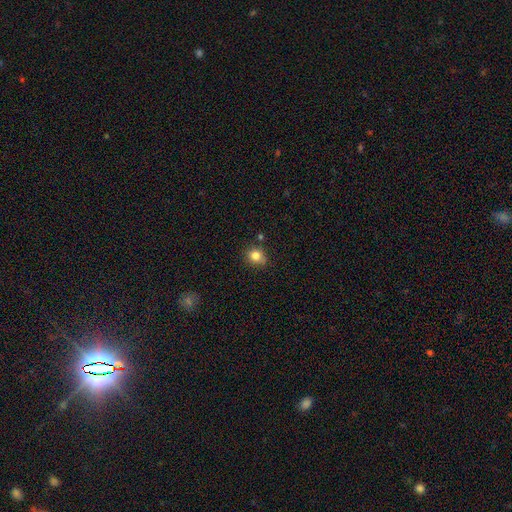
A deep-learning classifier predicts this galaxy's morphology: This is clearly a smooth galaxy (81%). How rounded: likely round (78%). Merging: likely none (77%).